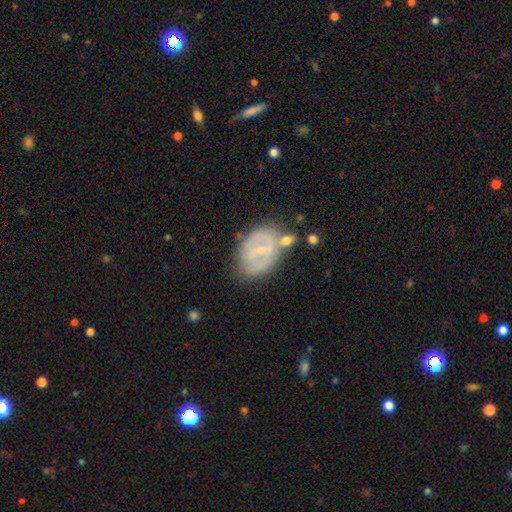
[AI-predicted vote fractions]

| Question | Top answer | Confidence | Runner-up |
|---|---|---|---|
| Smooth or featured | featured or disk | 63% | smooth (30%) |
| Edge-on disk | no | 96% | yes (4%) |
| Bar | weak | 43% | tied: no (43%) |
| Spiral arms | yes | 52% | no (48%) |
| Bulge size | small | 73% | moderate (19%) |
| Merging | none | 58% | minor disturbance (23%) |